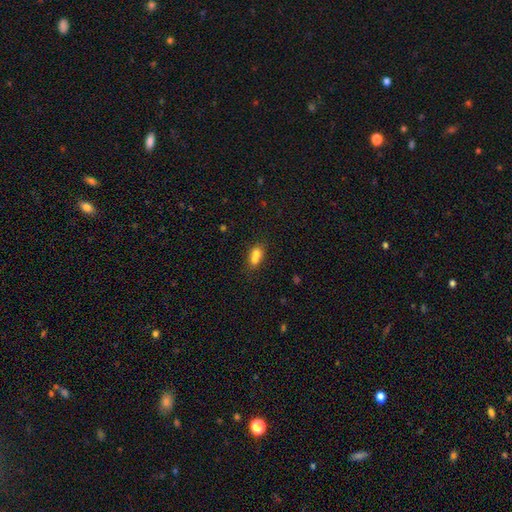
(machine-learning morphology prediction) A smooth galaxy with no disk features (71%) that is in between round and cigar-shaped (65%).

Vote fractions:
- Smooth or featured? smooth: 71% / featured or disk: 17% / star or artifact: 12%
- How rounded? in between: 65% / round: 31% / cigar-shaped: 4%
- Merging? merger: 58% / none: 29% / minor disturbance: 9% / major disturbance: 4%